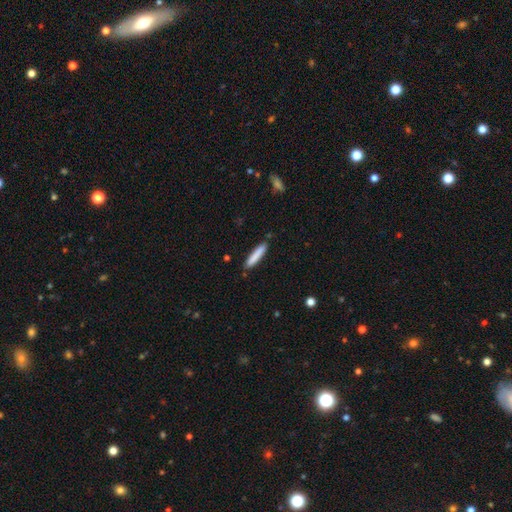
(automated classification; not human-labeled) smooth 83%, featured or disk 11%, star or artifact 6%. Down the decision tree: how rounded — cigar-shaped (90%); merging — none (87%).